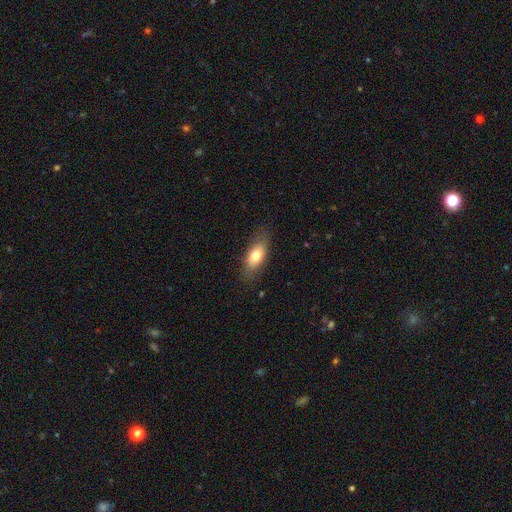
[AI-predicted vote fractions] Morphology: type=smooth (72%); roundness=in between (80%); merging=none (79%).